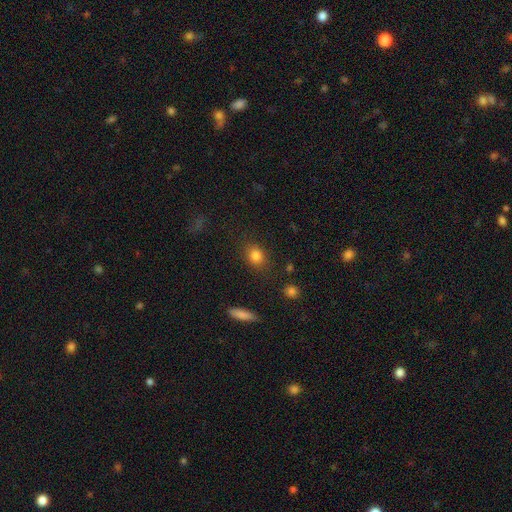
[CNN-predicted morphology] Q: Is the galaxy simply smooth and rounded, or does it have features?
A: smooth — 82%.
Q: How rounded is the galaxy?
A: round — 57%.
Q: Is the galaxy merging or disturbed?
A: none — 84%.